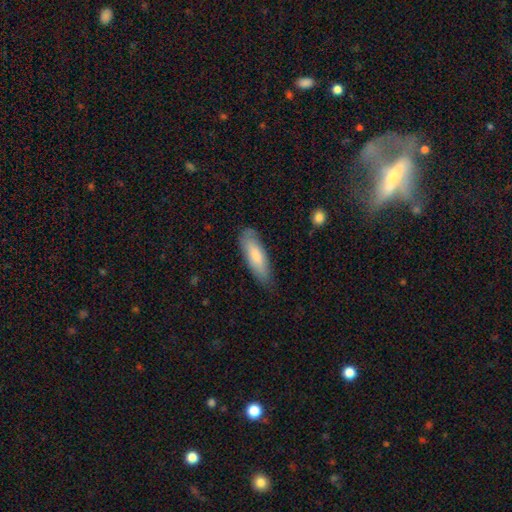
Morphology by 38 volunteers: This is likely a smooth galaxy (76%). How rounded: likely in between (66%). Merging: likely none (73%).